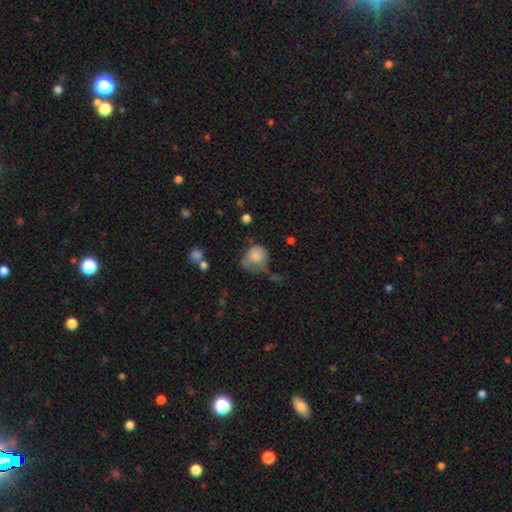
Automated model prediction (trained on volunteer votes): This is likely a smooth galaxy (74%). How rounded: likely round (65%). Merging: marginally minor disturbance (32%).